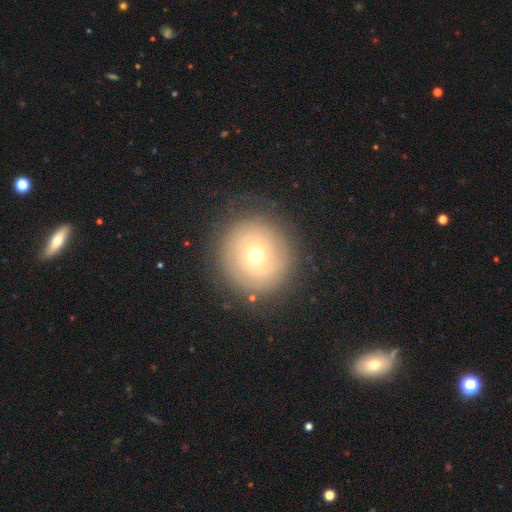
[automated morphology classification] Q: Smooth or featured?
A: smooth (51%); runner-up: featured or disk (38%)
Q: How rounded?
A: round (93%); runner-up: in between (6%)
Q: Merging?
A: none (79%); runner-up: minor disturbance (13%)